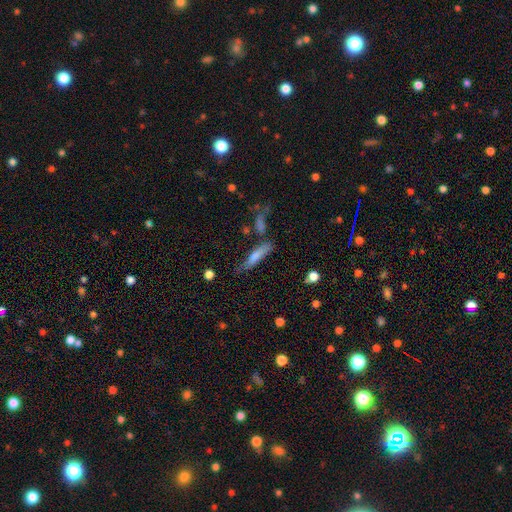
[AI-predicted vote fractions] This is likely a smooth galaxy (72%). How rounded: likely cigar-shaped (78%). Merging: possibly none (57%).